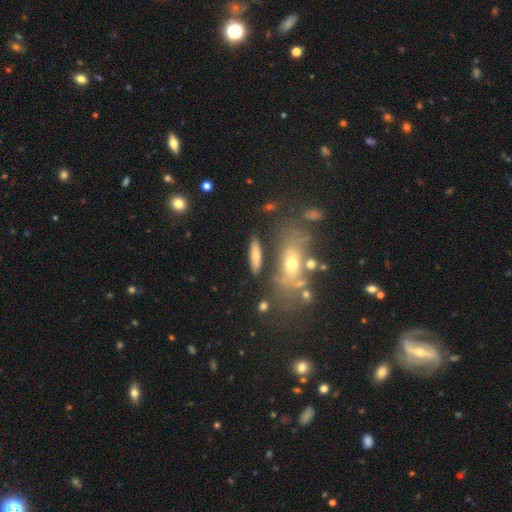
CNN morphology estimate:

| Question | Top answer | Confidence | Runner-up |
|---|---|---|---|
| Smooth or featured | smooth | 67% | featured or disk (24%) |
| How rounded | cigar-shaped | 62% | in between (34%) |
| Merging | none | 72% | minor disturbance (12%) |